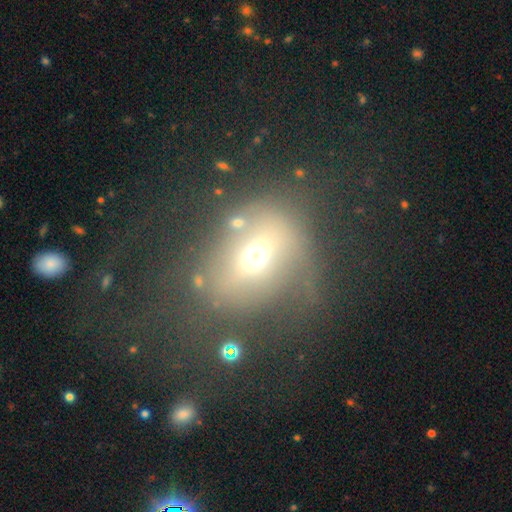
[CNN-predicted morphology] Smooth or featured?
  - smooth: 48% *
  - featured or disk: 36%
  - star or artifact: 15%
Merging?
  - none: 42% *
  - major disturbance: 31%
  - minor disturbance: 21%
  - merger: 5%